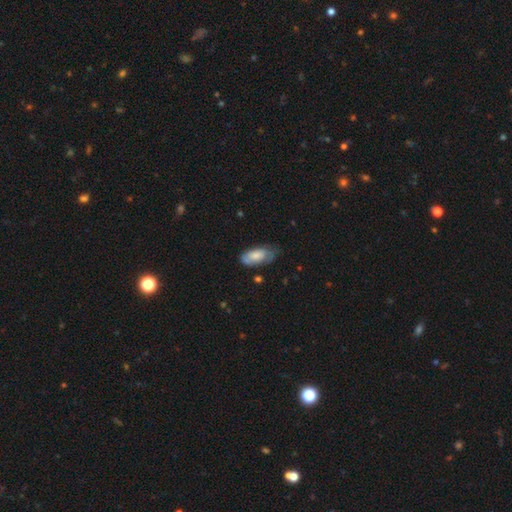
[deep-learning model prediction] Overall: smooth (62%; featured or disk 32%). How rounded: in between (88%). Merging: none (52%; minor disturbance 33%).